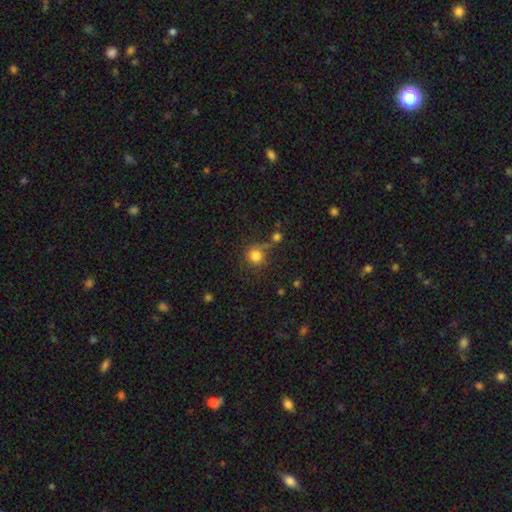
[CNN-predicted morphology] Smooth or featured? smooth (82%)
How rounded? round (89%)
Merging? none (62%)